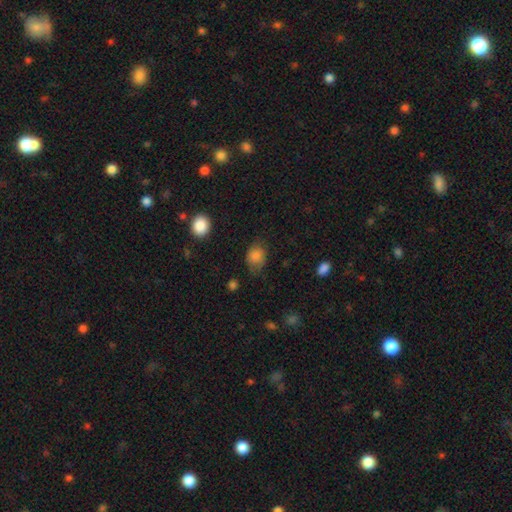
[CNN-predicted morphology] smooth 84%, star or artifact 9%, featured or disk 7%. Down the decision tree: how rounded — in between (52%); merging — none (61%).